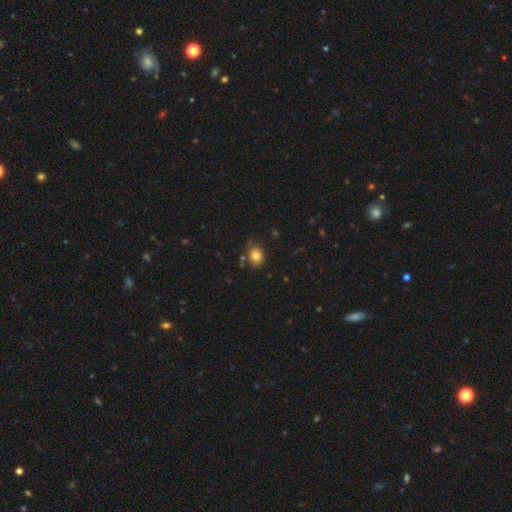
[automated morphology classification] Smooth or featured? Predicted: smooth (p=0.81). How rounded? Predicted: round (p=0.55). Merging? Predicted: none (p=0.75).